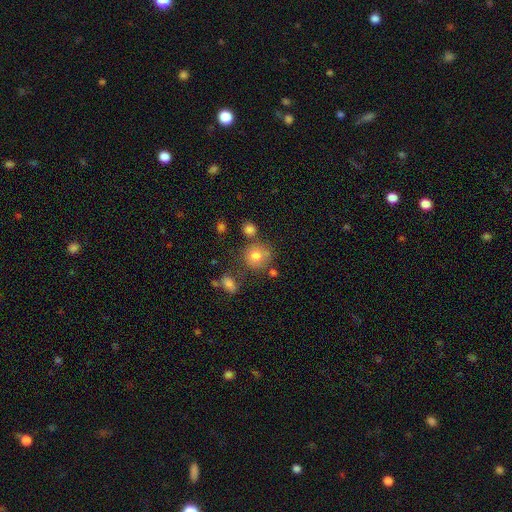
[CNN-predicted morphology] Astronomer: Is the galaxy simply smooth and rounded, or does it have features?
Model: smooth — 77%.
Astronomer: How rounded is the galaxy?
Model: round — 85%.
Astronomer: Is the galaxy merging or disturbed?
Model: none — 65%.